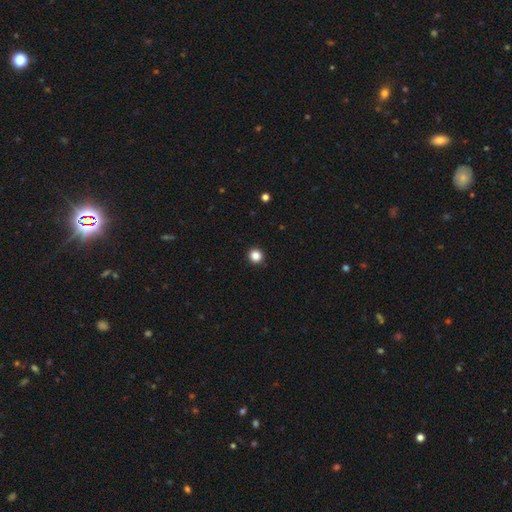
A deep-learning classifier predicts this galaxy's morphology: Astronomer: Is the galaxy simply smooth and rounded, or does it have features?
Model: smooth — 85%.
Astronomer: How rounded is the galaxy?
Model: round — 95%.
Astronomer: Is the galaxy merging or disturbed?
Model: none — 94%.